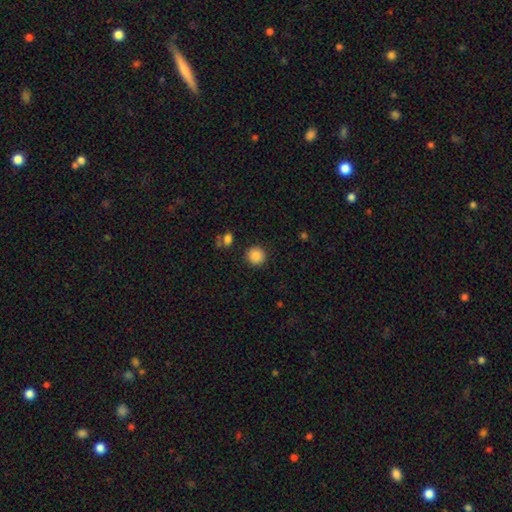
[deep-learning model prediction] Q: Smooth or featured?
A: smooth (87%); runner-up: star or artifact (10%)
Q: How rounded?
A: round (94%); runner-up: in between (5%)
Q: Merging?
A: none (90%); runner-up: minor disturbance (6%)